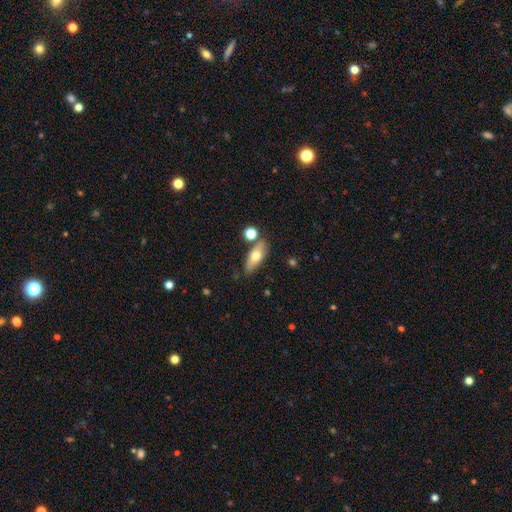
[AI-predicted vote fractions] This appears to be a smooth galaxy with no disk features (62%) that is in between round and cigar-shaped (65%). Merging: none (73%).